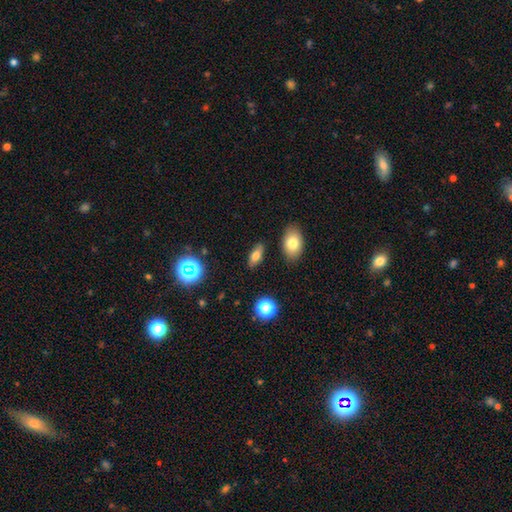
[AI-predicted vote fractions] Q: Smooth or featured?
A: smooth (69%); runner-up: featured or disk (19%)
Q: How rounded?
A: in between (77%); runner-up: cigar-shaped (16%)
Q: Merging?
A: none (85%); runner-up: minor disturbance (9%)